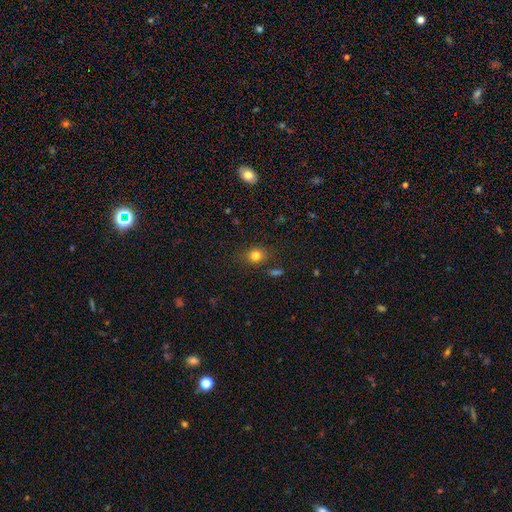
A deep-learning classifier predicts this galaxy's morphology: A smooth galaxy with no disk features (80%) that is round (64%). Merging: none (80%).